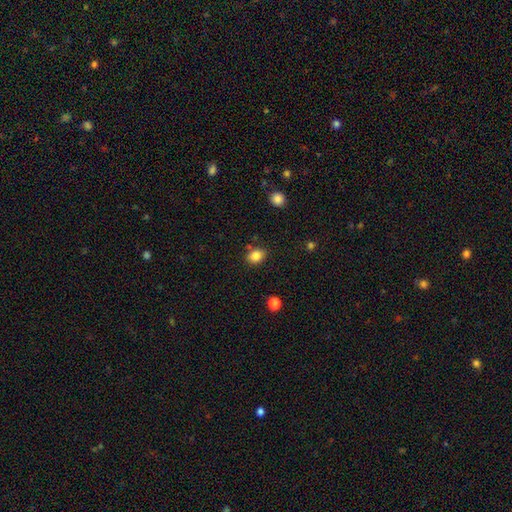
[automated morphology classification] type=smooth (84%); roundness=in between (56%); merging=none (81%).